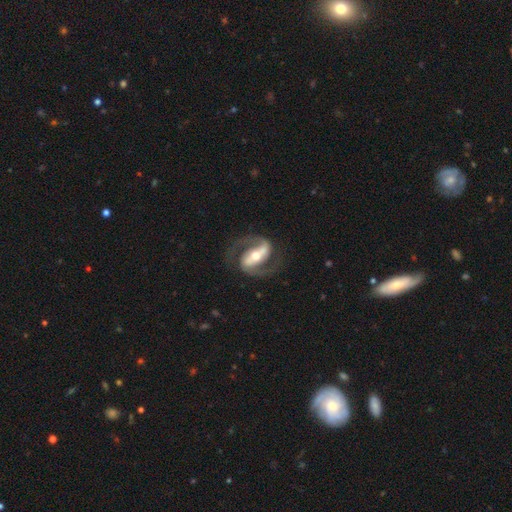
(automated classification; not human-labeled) Smooth or featured?
  - featured or disk: 90% *
  - smooth: 6%
  - star or artifact: 4%
Edge-on disk?
  - no: 96% *
  - yes: 4%
Bar?
  - strong: 61% *
  - weak: 24%
  - no: 15%
Spiral arms?
  - yes: 96% *
  - no: 4%
Spiral winding?
  - medium: 58% *
  - loose: 23%
  - tight: 20%
Spiral arm count?
  - 2: 93% *
  - can't tell: 2%
  - 1: 2%
  - 3: 1%
  - 4: 1%
  - more than 4: 1%
Bulge size?
  - moderate: 67% *
  - small: 22%
  - large: 8%
  - dominant: 1%
  - none: 1%
Merging?
  - none: 78% *
  - minor disturbance: 12%
  - major disturbance: 9%
  - merger: 2%